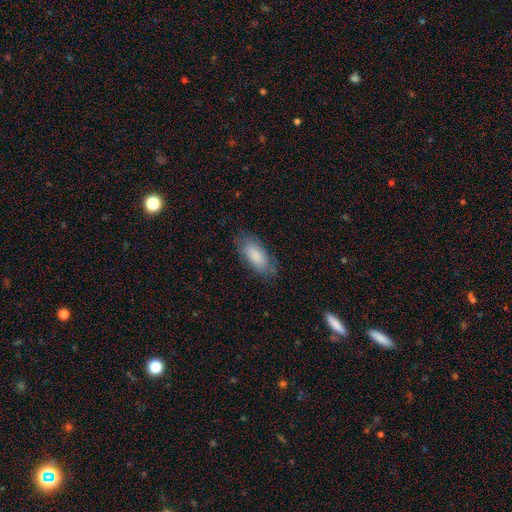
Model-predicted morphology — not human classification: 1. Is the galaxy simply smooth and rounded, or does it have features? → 82% smooth, 12% featured or disk, 6% star or artifact.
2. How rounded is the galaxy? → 86% in between, 12% cigar-shaped, 2% round.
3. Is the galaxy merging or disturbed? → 75% none, 19% minor disturbance, 5% major disturbance, 1% merger.